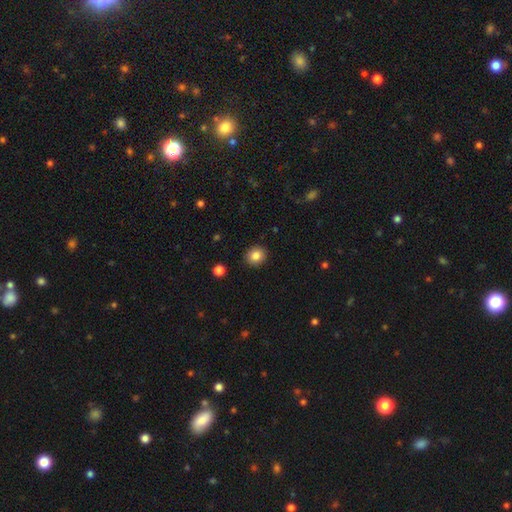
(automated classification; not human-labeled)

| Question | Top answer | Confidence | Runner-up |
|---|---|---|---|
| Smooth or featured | smooth | 84% | star or artifact (10%) |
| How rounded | round | 82% | in between (17%) |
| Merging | none | 91% | minor disturbance (6%) |